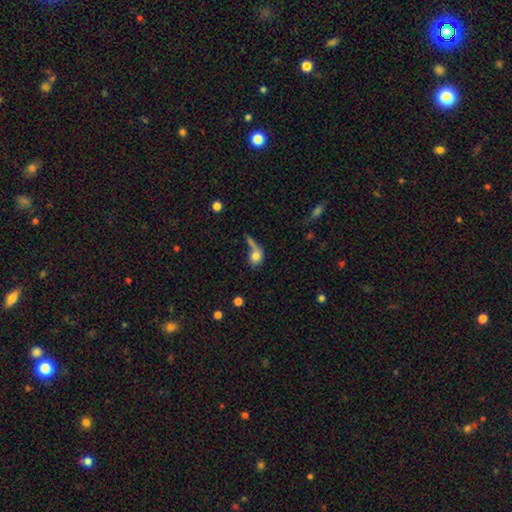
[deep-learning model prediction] This is likely a smooth galaxy (75%). How rounded: possibly in between (49%). Merging: marginally merger (33%).